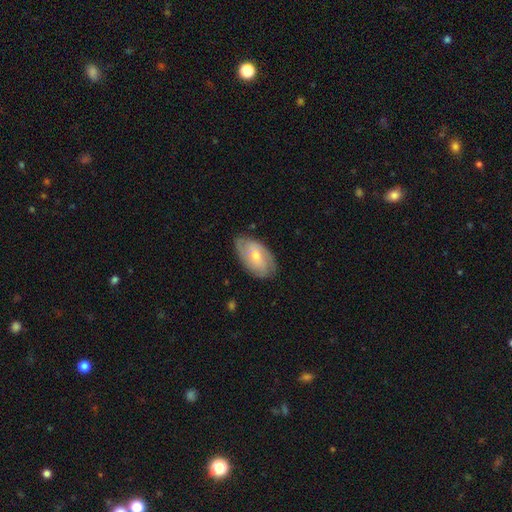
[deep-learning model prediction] Overall: featured or disk (58%; smooth 36%). Edge-on disk: no (92%). Bar: no (61%; weak 32%). Spiral arms: yes (78%). Bulge size: moderate (49%; small 48%). Merging: none (76%).